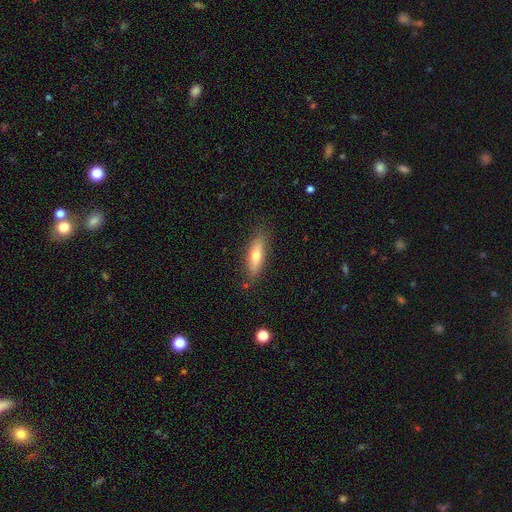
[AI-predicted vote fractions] Overall: smooth (64%; featured or disk 29%). How rounded: cigar-shaped (53%; in between 44%). Merging: none (83%).